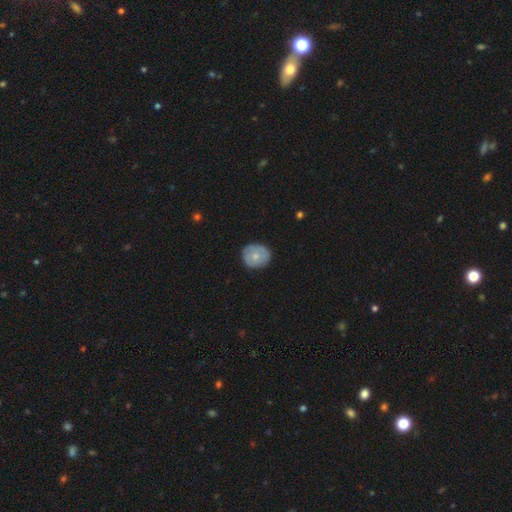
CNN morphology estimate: smooth 61%, featured or disk 33%, star or artifact 6%. Down the decision tree: how rounded — round (81%); merging — none (81%).